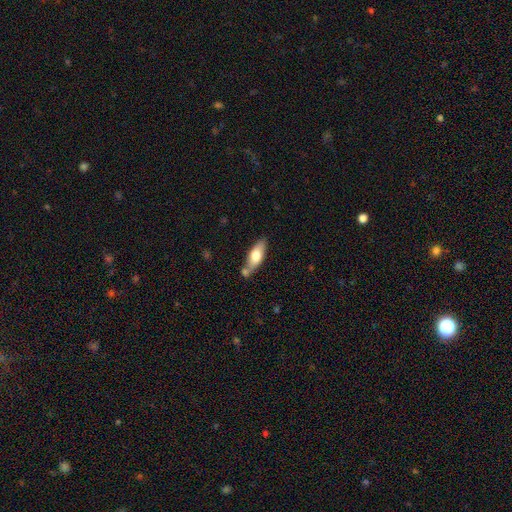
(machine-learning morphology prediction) Overall: smooth (66%; featured or disk 29%). How rounded: in between (66%; cigar-shaped 32%). Merging: none (60%).